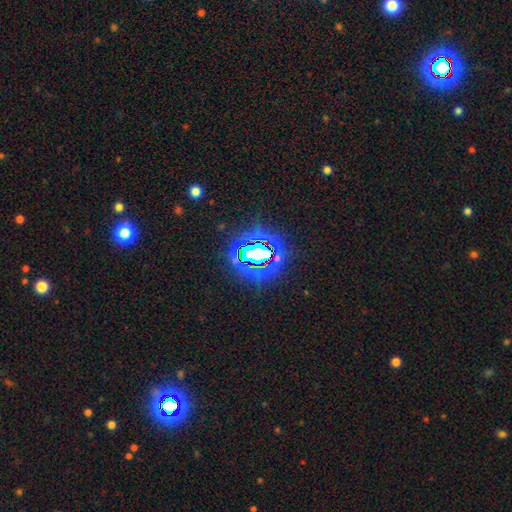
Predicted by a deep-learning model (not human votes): star or artifact 78%, smooth 13%, featured or disk 9%.